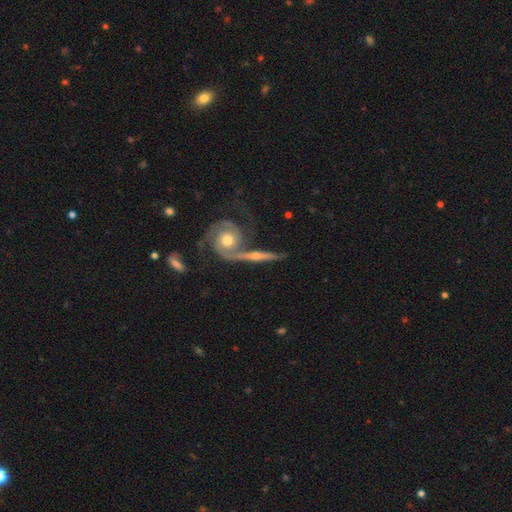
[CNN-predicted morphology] Smooth or featured?
  - featured or disk: 85% *
  - smooth: 11%
  - star or artifact: 5%
Edge-on disk?
  - yes: 57% *
  - no: 43%
Merging?
  - none: 56% *
  - merger: 24%
  - minor disturbance: 14%
  - major disturbance: 6%